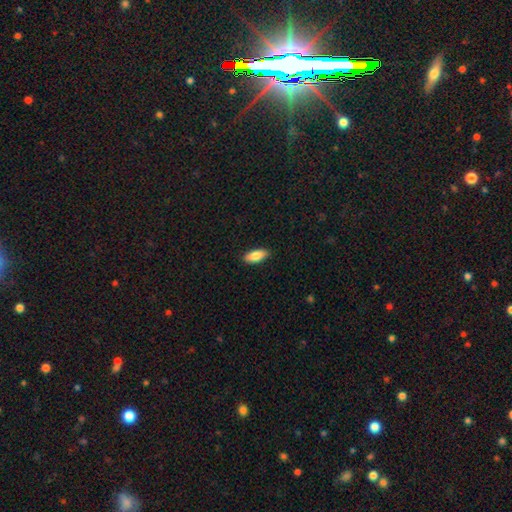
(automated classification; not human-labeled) smooth_or_featured: smooth (p=0.85) [alt: featured or disk p=0.09]
how_rounded: in between (p=0.83) [alt: cigar-shaped p=0.15]
merging: none (p=0.89) [alt: minor disturbance p=0.08]